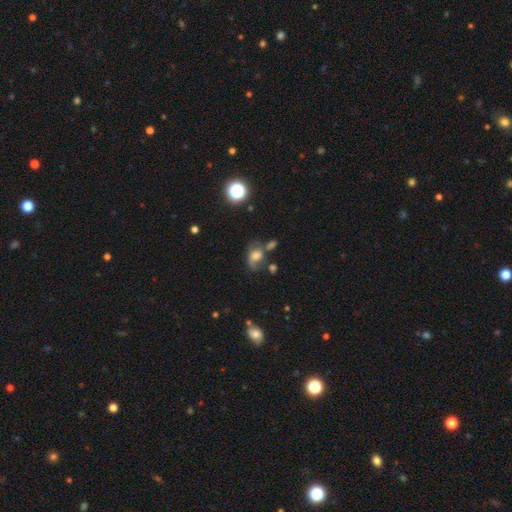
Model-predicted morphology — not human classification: smooth 47%, featured or disk 37%, star or artifact 15%. Down the decision tree: merging — none (39%).